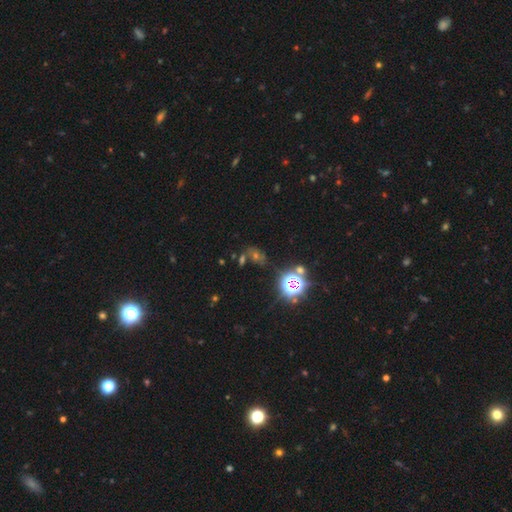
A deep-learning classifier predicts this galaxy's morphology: A star or artifact, not a galaxy (61%).